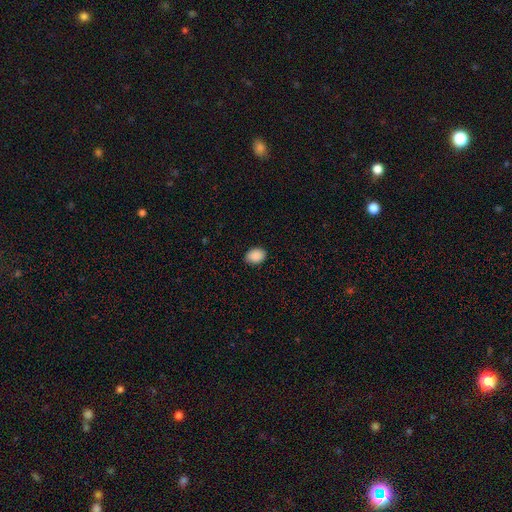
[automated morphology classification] smooth-or-featured: smooth: 90% | star or artifact: 7% | featured or disk: 3%
  how-rounded: in between: 73% | round: 26% | cigar-shaped: 1%
  merging: none: 89% | minor disturbance: 8% | major disturbance: 2% | merger: 1%